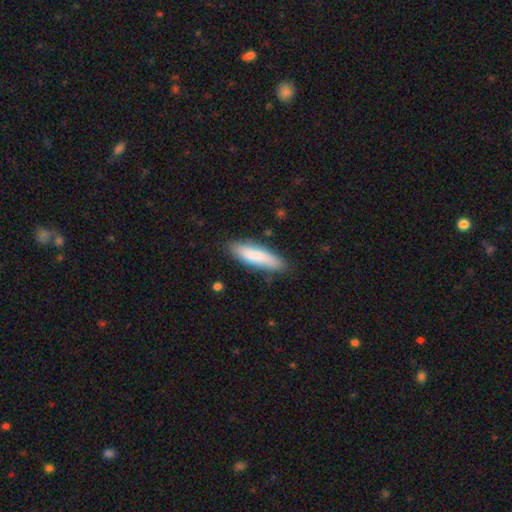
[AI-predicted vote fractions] smooth-or-featured: smooth: 81% | featured or disk: 14% | star or artifact: 6%
  how-rounded: cigar-shaped: 60% | in between: 38% | round: 2%
  merging: none: 82% | minor disturbance: 13% | major disturbance: 3% | merger: 2%